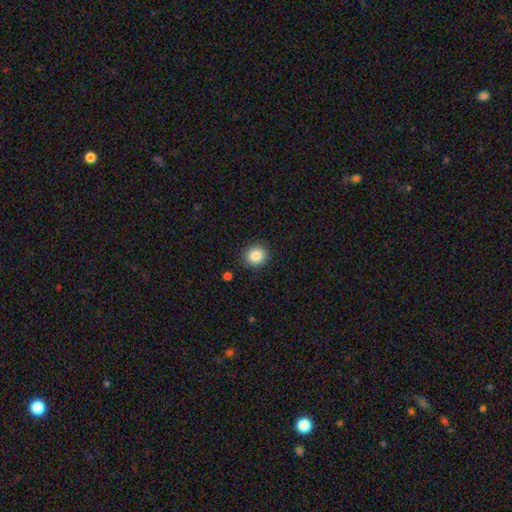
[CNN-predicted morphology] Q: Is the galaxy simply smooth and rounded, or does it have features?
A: smooth — 85%.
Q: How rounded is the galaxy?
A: round — 87%.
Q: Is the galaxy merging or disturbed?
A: none — 90%.